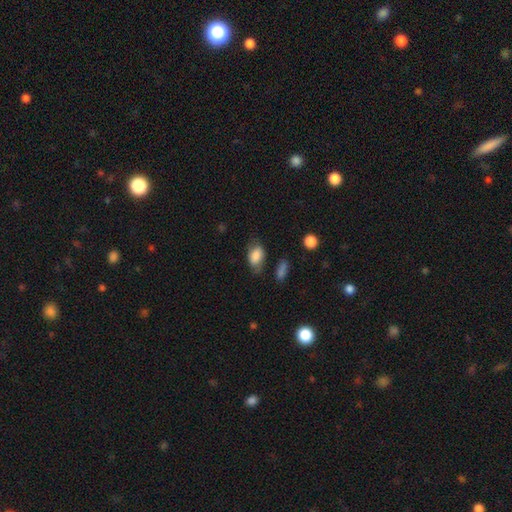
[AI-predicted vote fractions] Overall: smooth (79%). How rounded: in between (89%). Merging: none (59%; minor disturbance 26%).